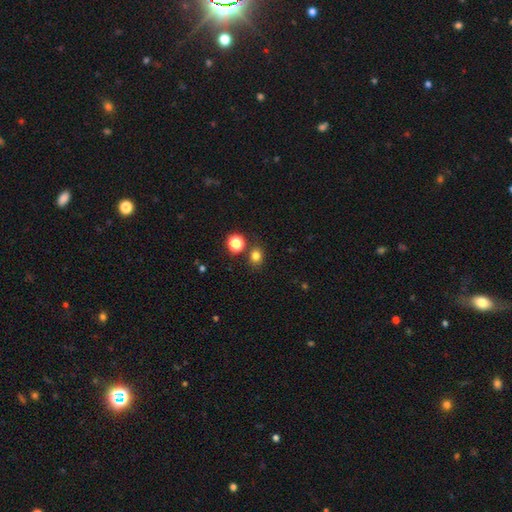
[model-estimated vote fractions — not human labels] smooth 78%, star or artifact 17%, featured or disk 5%. Down the decision tree: how rounded — round (67%); merging — none (80%).